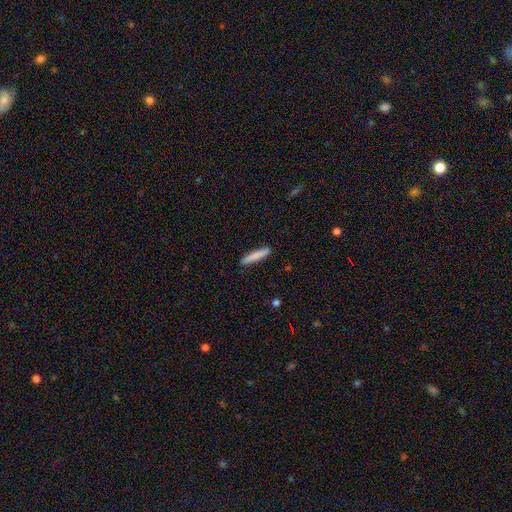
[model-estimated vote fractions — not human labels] Smooth or featured?
  - smooth: 83% *
  - featured or disk: 12%
  - star or artifact: 6%
How rounded?
  - cigar-shaped: 92% *
  - in between: 7%
  - round: 1%
Merging?
  - none: 91% *
  - minor disturbance: 7%
  - major disturbance: 1%
  - merger: 1%